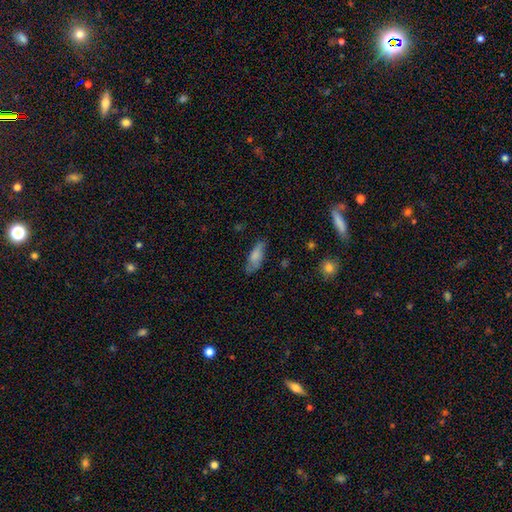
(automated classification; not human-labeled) Smooth or featured? Predicted: smooth (p=0.75). How rounded? Predicted: in between (p=0.70). Merging? Predicted: none (p=0.64).